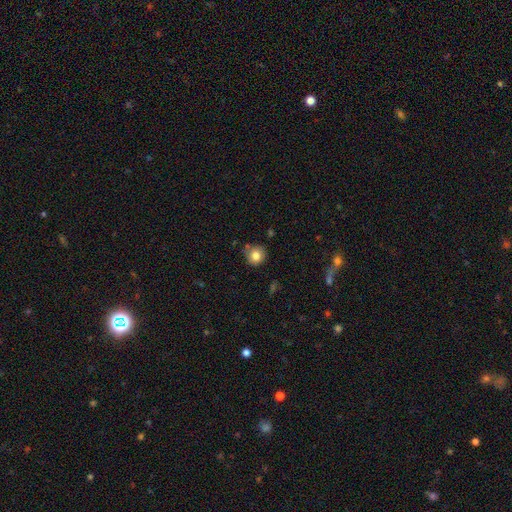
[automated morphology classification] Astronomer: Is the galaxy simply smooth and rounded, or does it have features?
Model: smooth — 81%.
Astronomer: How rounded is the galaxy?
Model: round — 90%.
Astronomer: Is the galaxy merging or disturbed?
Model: none — 76%.